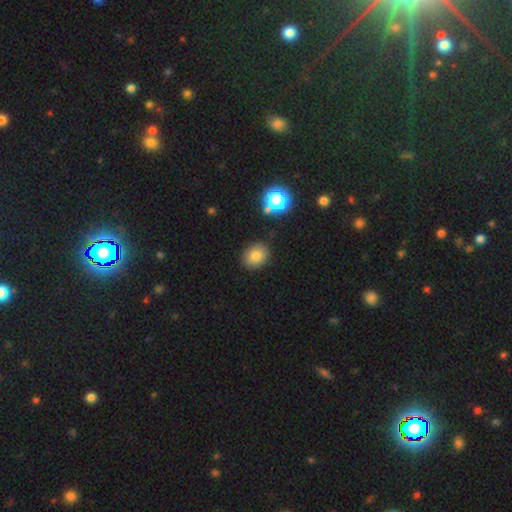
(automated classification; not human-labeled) This appears to be a smooth galaxy with no disk features (78%) that is round (60%). Merging: none (87%).